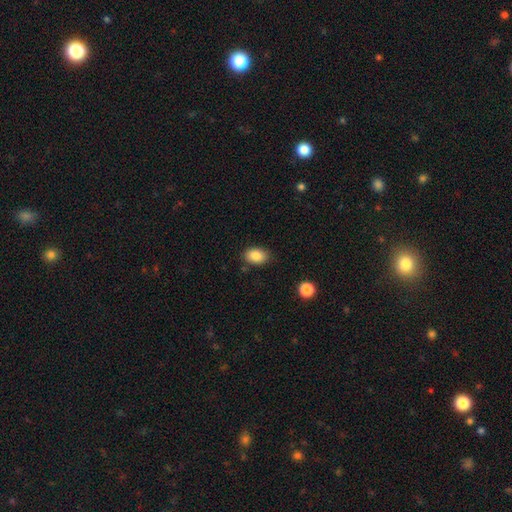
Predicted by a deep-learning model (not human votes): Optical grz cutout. It shows a smooth galaxy with no disk features (87%) that is in between round and cigar-shaped (84%). Merging: none (83%).